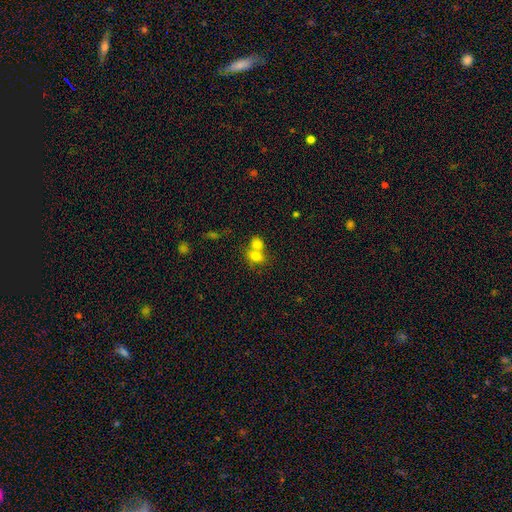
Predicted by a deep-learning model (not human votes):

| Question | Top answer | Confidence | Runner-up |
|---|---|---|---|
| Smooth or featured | smooth | 76% | featured or disk (13%) |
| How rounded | in between | 60% | round (38%) |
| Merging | merger | 60% | none (29%) |